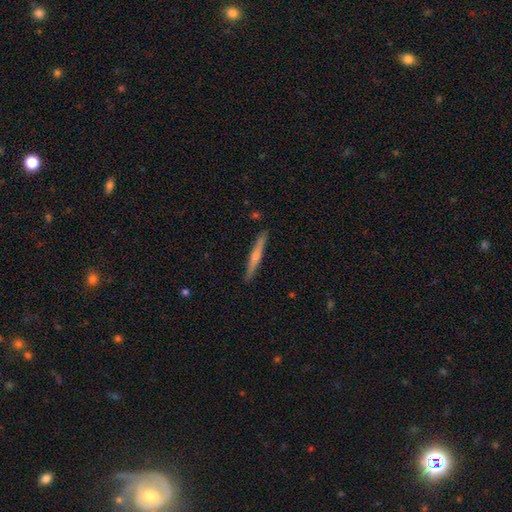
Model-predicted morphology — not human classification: featured or disk 55%, smooth 40%, star or artifact 6%. Down the decision tree: edge-on disk — yes (98%); edge-on bulge — rounded (68%); merging — none (91%).